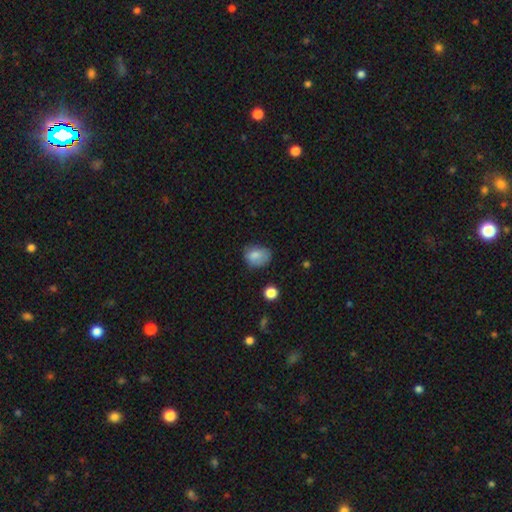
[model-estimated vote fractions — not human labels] Smooth or featured? smooth (81%)
How rounded? in between (61%)
Merging? none (54%)